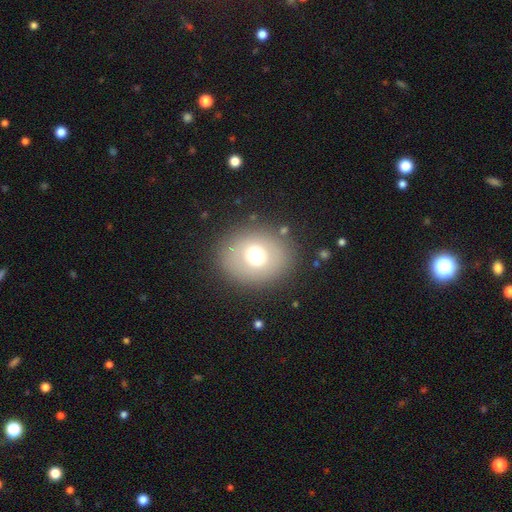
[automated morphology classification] The model was most divided on "smooth or featured": smooth: 65%, featured or disk: 19%, star or artifact: 16%. More confident: merging — none (85%); how rounded — round (78%).